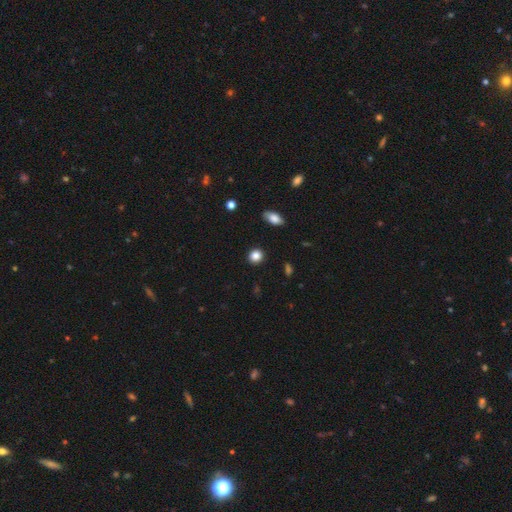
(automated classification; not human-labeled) Overall: smooth (86%). How rounded: round (81%). Merging: none (91%).